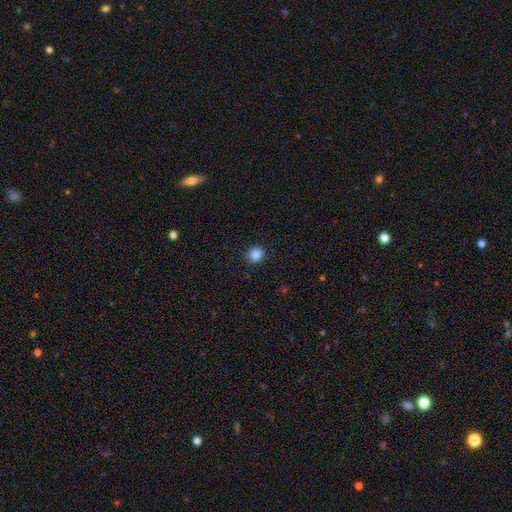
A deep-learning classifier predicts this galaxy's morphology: Q: Smooth or featured?
A: smooth (86%); runner-up: star or artifact (11%)
Q: How rounded?
A: round (76%); runner-up: in between (23%)
Q: Merging?
A: none (89%); runner-up: minor disturbance (8%)